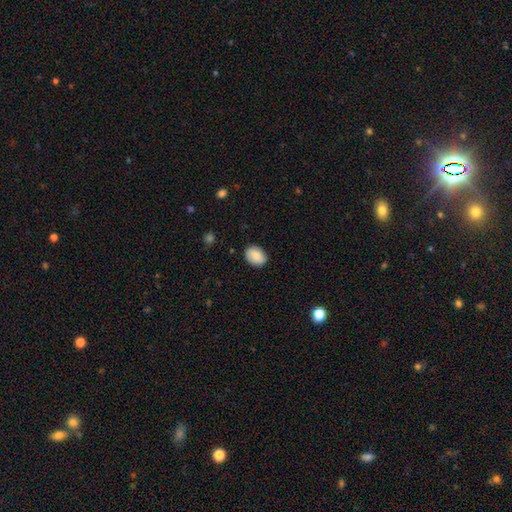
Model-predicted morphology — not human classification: Smooth or featured? Predicted: smooth (p=0.84). How rounded? Predicted: in between (p=0.72). Merging? Predicted: none (p=0.86).